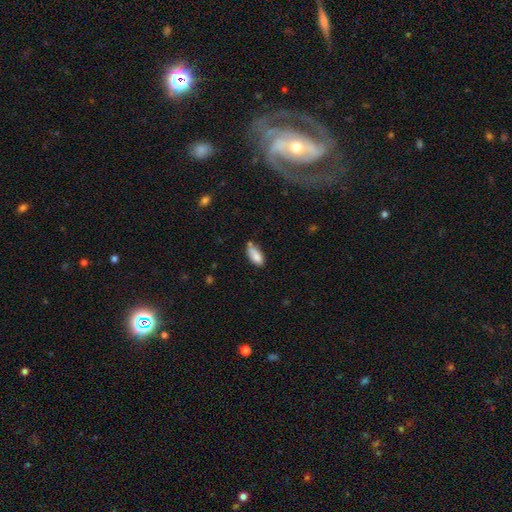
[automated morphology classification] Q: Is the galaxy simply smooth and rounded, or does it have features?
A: smooth — 83%.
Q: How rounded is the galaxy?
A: in between — 86%.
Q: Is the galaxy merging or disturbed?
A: none — 52%.